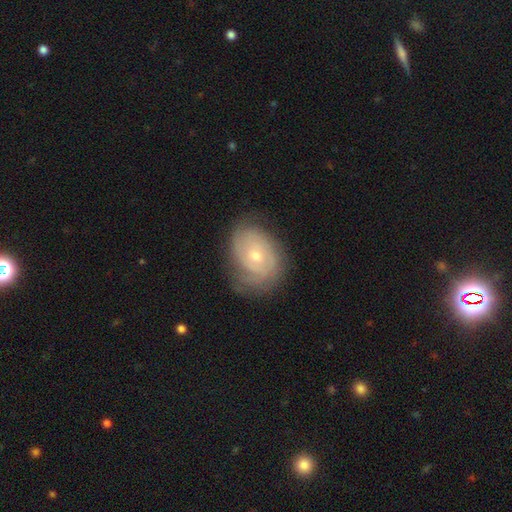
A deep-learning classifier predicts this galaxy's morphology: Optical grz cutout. It shows a featured or disk galaxy (72%) with no bar (75%), tight (69%) spiral arms (88%) and a small central bulge (58%). Merging: none (69%).